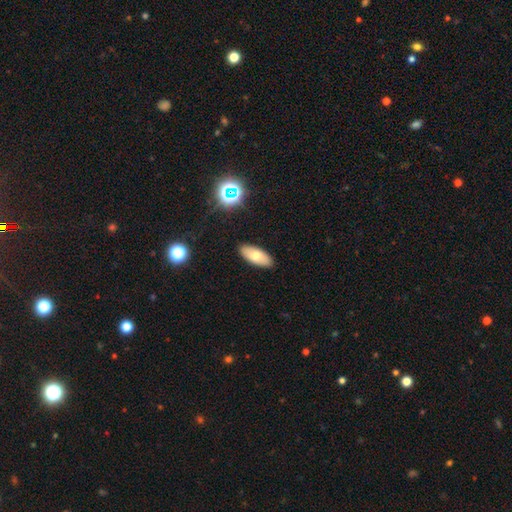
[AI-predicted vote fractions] smooth_or_featured: smooth (p=0.70) [alt: featured or disk p=0.21]
how_rounded: in between (p=0.86) [alt: cigar-shaped p=0.11]
merging: none (p=0.89) [alt: minor disturbance p=0.08]